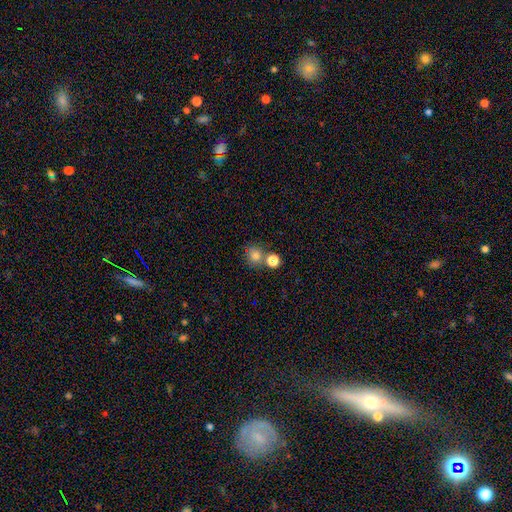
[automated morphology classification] smooth_or_featured: smooth (p=0.76) [alt: star or artifact p=0.17]
how_rounded: round (p=0.84) [alt: in between p=0.15]
merging: none (p=0.66) [alt: merger p=0.22]